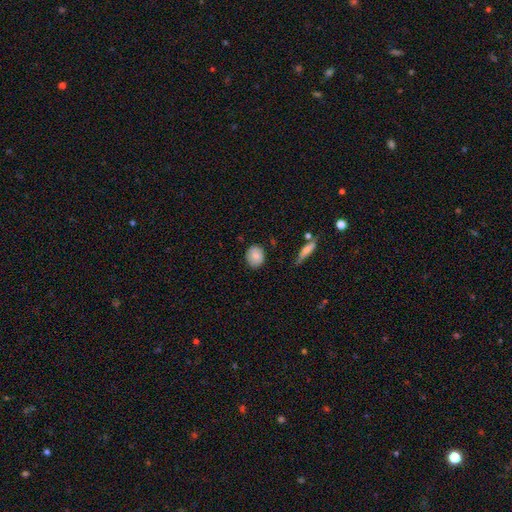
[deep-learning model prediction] smooth-or-featured: smooth: 81% | featured or disk: 12% | star or artifact: 7%
  how-rounded: round: 64% | in between: 35% | cigar-shaped: 2%
  merging: none: 80% | minor disturbance: 15% | major disturbance: 3% | merger: 2%